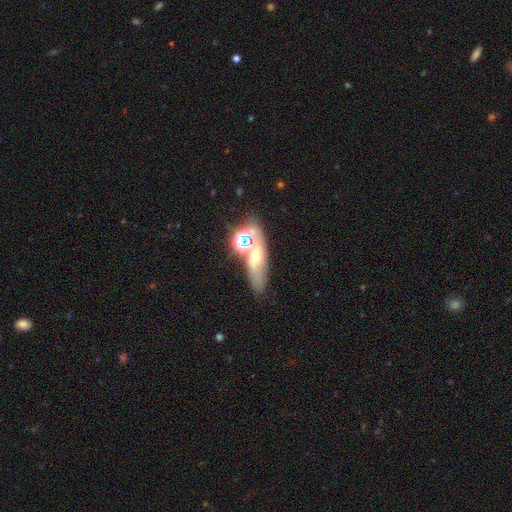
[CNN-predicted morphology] A smooth galaxy with no disk features (38%).

Vote fractions:
- Smooth or featured? smooth: 38% / featured or disk: 33% / star or artifact: 28%
- Merging? none: 52% / merger: 26% / minor disturbance: 13% / major disturbance: 9%